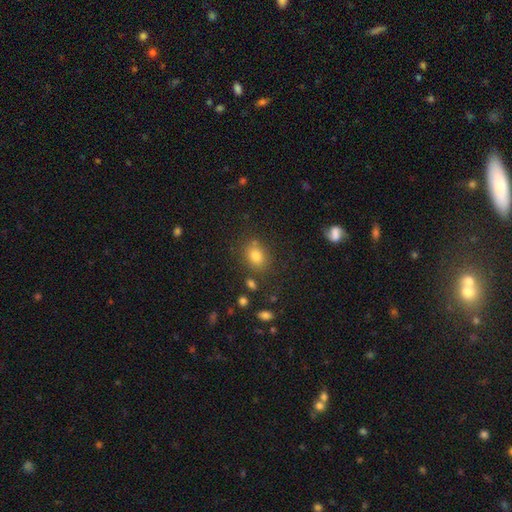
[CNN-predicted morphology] Smooth or featured? Predicted: smooth (p=0.79). How rounded? Predicted: in between (p=0.54). Merging? Predicted: none (p=0.74).